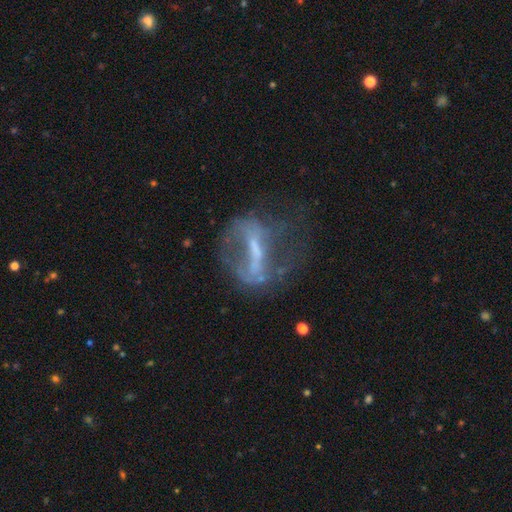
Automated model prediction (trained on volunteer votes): This appears to be a featured or disk galaxy (67%) with a strong bar (55%), no spiral arms (58%) and a small central bulge (43%). Merging: none (41%).